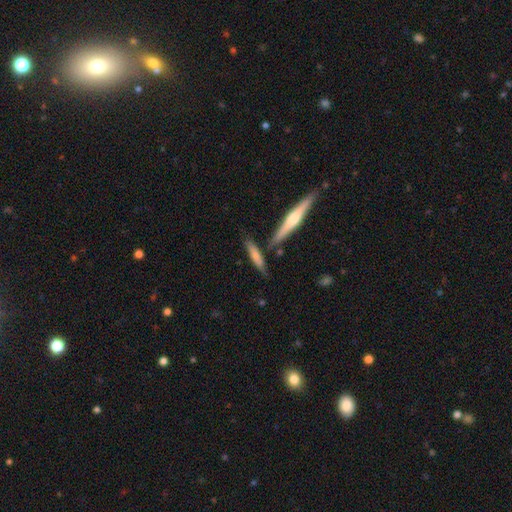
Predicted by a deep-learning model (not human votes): This appears to be a smooth galaxy with no disk features (63%) that is cigar-shaped (79%). Merging: none (62%).